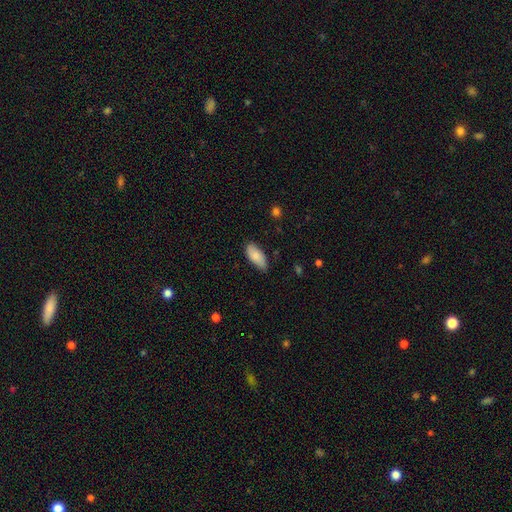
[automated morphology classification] smooth 86%, featured or disk 8%, star or artifact 6%. Down the decision tree: how rounded — in between (90%); merging — none (76%).